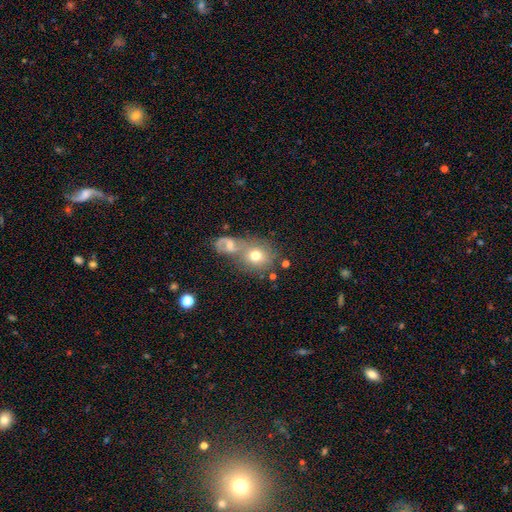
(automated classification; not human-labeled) This is likely a smooth galaxy (68%). How rounded: likely round (72%). Merging: possibly merger (46%).